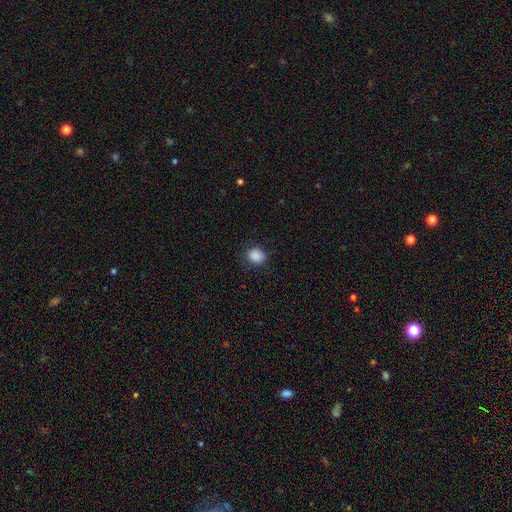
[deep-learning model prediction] Smooth or featured?
  - smooth: 88% *
  - star or artifact: 9%
  - featured or disk: 3%
How rounded?
  - round: 76% *
  - in between: 23%
  - cigar-shaped: 1%
Merging?
  - none: 82% *
  - minor disturbance: 13%
  - major disturbance: 4%
  - merger: 1%